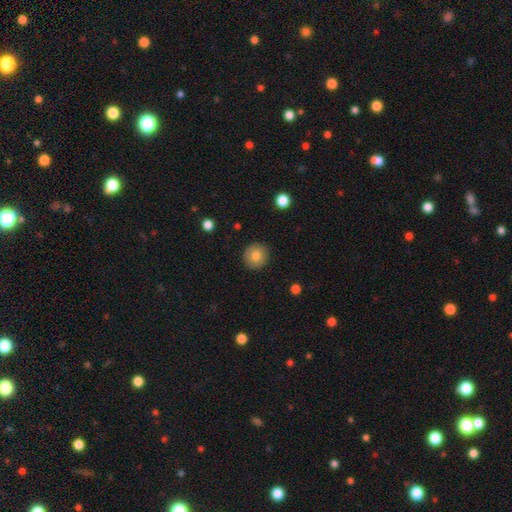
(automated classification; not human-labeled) A smooth galaxy with no disk features (79%) that is round (93%). Merging: none (91%).